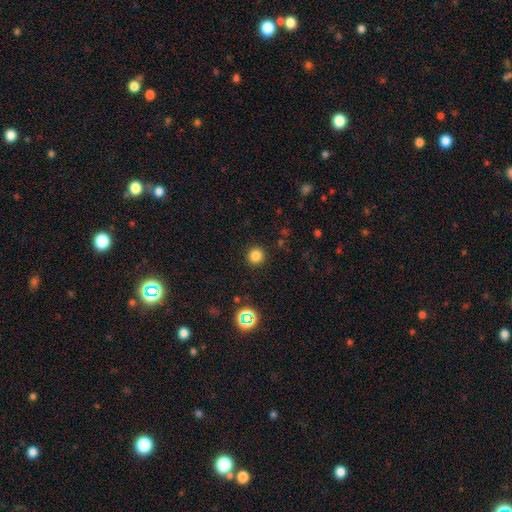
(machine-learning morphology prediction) A smooth galaxy with no disk features (82%) that is round (95%).

Vote fractions:
- Smooth or featured? smooth: 82% / star or artifact: 14% / featured or disk: 4%
- How rounded? round: 95% / in between: 4% / cigar-shaped: 1%
- Merging? none: 92% / minor disturbance: 5% / major disturbance: 2% / merger: 1%